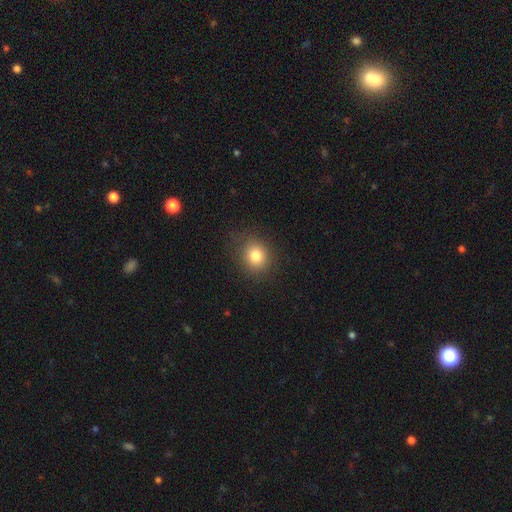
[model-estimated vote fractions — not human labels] smooth_or_featured: smooth (p=0.81) [alt: star or artifact p=0.12]
how_rounded: round (p=0.75) [alt: in between p=0.24]
merging: none (p=0.84) [alt: minor disturbance p=0.11]